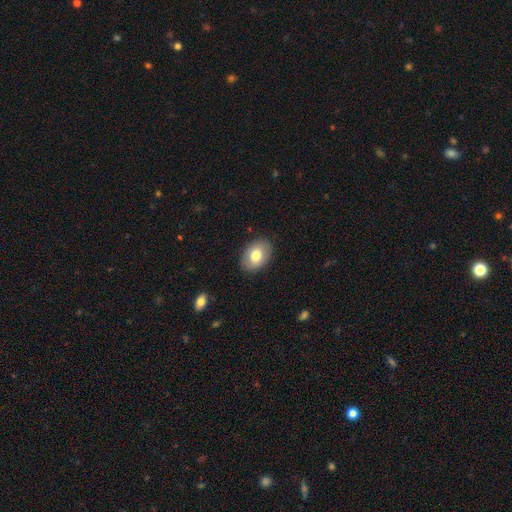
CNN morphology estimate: type=smooth (77%); roundness=in between (81%); merging=none (87%).